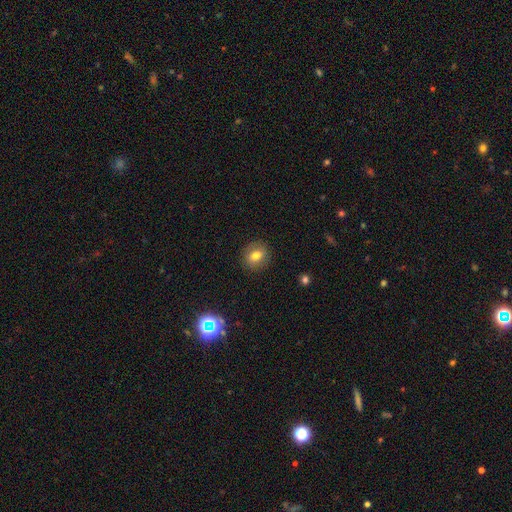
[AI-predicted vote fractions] This appears to be a smooth galaxy with no disk features (71%) that is round (71%). Merging: none (88%).